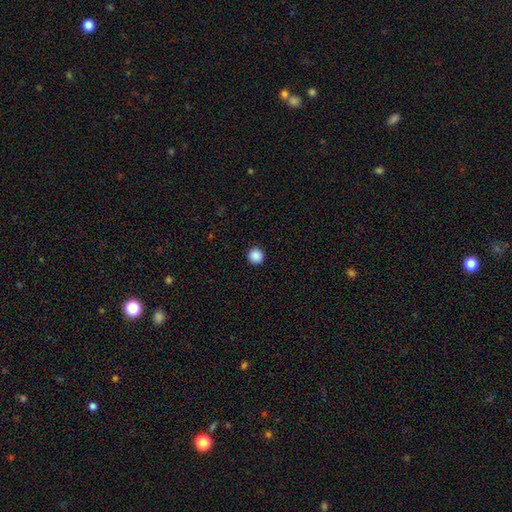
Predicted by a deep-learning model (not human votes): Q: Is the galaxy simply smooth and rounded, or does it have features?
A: smooth — 88%.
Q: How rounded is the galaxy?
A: round — 96%.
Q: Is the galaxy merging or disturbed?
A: none — 93%.